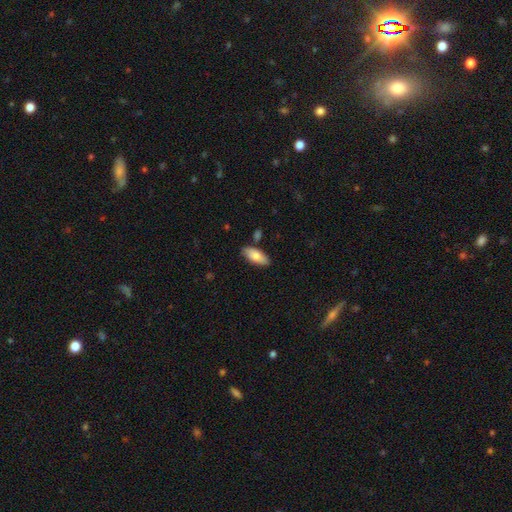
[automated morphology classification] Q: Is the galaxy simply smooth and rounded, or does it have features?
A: smooth — 79%.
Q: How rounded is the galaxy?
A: in between — 85%.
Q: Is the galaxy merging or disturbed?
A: none — 83%.